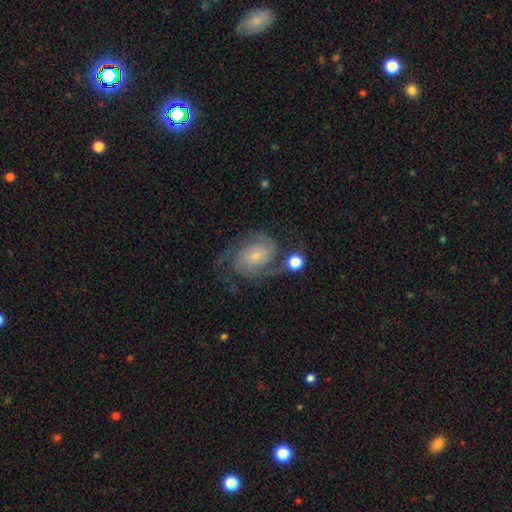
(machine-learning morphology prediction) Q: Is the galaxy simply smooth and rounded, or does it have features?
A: featured or disk — 83%.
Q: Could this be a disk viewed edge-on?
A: no — 98%.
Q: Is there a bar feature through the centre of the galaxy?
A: no — 67%.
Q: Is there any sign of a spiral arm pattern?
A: yes — 96%.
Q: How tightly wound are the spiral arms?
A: medium — 44%.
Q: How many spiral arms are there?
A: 2 — 67%.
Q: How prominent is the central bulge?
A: small — 70%.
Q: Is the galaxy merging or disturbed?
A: none — 63%.